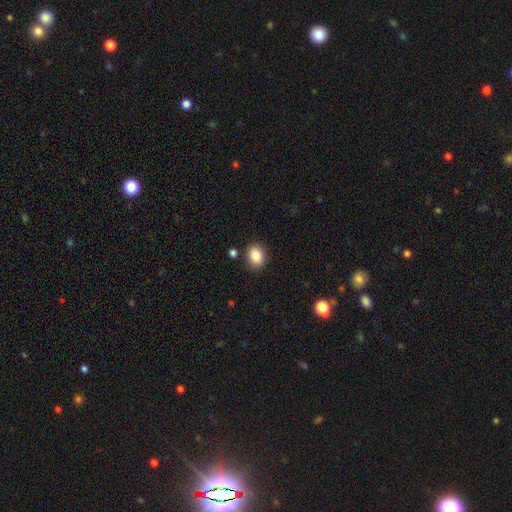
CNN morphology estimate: type=smooth (85%); roundness=round (52%); merging=none (85%).